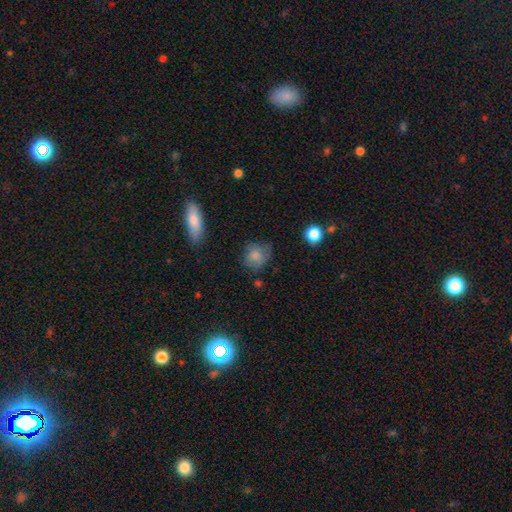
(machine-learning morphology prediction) Smooth or featured: smooth — 79% (featured or disk — 11%)
How rounded: round — 67% (in between — 32%)
Merging: none — 60% (minor disturbance — 27%)